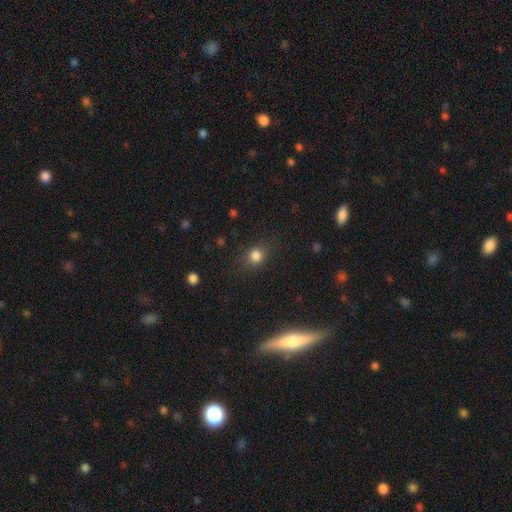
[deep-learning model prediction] This appears to be a smooth galaxy with no disk features (82%) that is round (71%). Merging: none (79%).